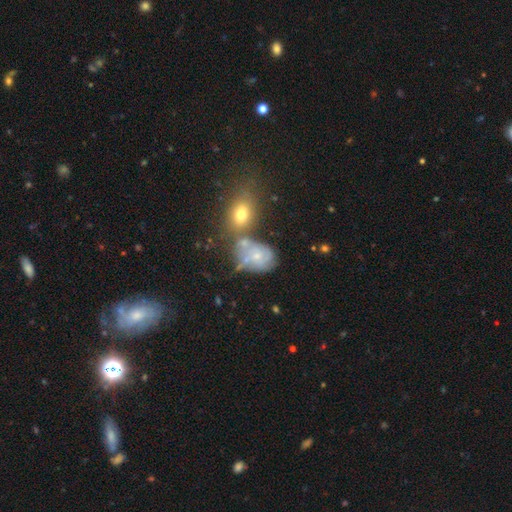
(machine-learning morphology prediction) A featured or disk galaxy (51%). Merging: none (35%).